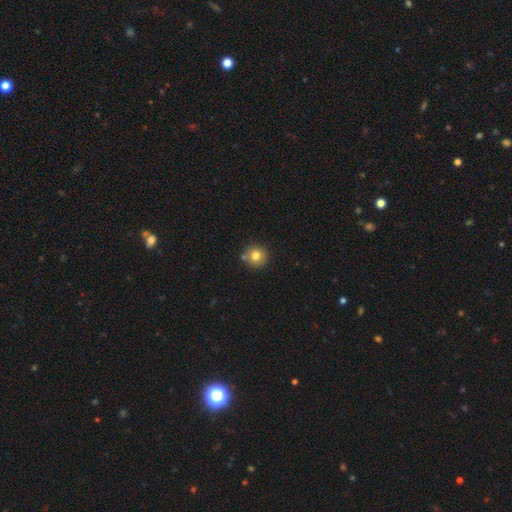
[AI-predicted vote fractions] Morphology: type=smooth (79%); roundness=round (93%); merging=none (80%).